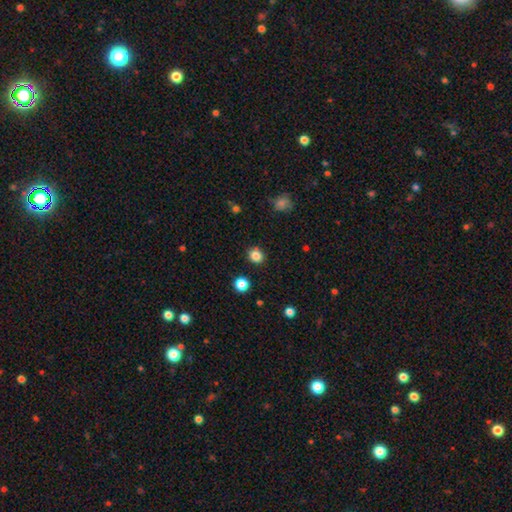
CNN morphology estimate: smooth_or_featured: smooth (p=0.84) [alt: star or artifact p=0.12]
how_rounded: round (p=0.72) [alt: in between p=0.27]
merging: none (p=0.89) [alt: minor disturbance p=0.07]